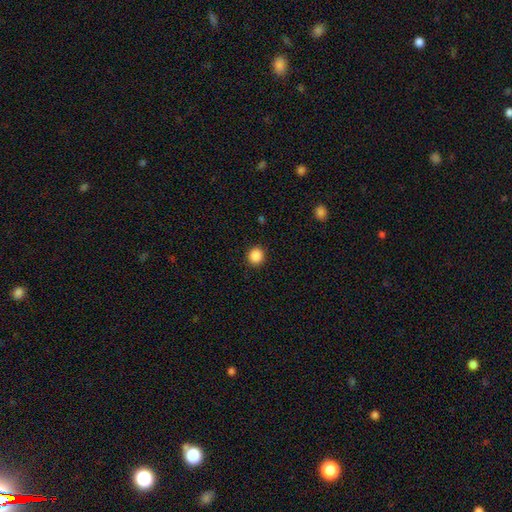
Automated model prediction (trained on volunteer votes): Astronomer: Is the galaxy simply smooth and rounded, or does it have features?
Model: smooth — 88%.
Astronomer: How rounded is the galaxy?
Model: round — 90%.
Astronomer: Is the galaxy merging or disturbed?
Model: none — 91%.